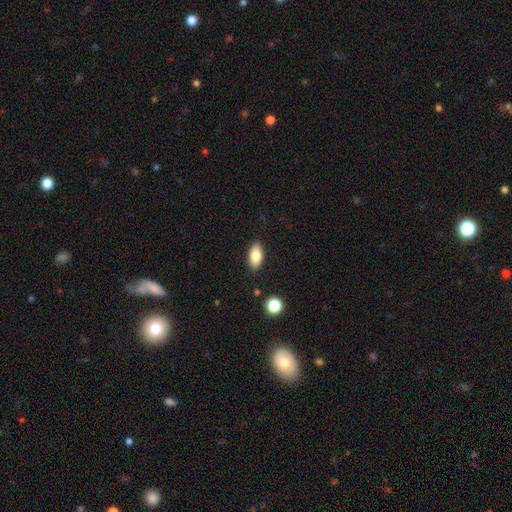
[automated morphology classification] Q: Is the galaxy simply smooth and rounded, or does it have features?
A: smooth — 81%.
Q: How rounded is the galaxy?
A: in between — 89%.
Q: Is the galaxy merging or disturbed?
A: none — 87%.